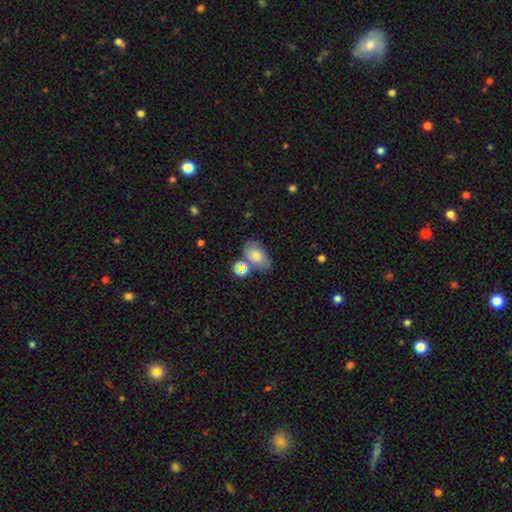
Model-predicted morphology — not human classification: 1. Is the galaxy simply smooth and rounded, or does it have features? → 73% smooth, 14% featured or disk, 13% star or artifact.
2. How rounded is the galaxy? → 87% in between, 11% round, 2% cigar-shaped.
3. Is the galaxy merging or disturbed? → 59% none, 21% minor disturbance, 13% merger, 7% major disturbance.